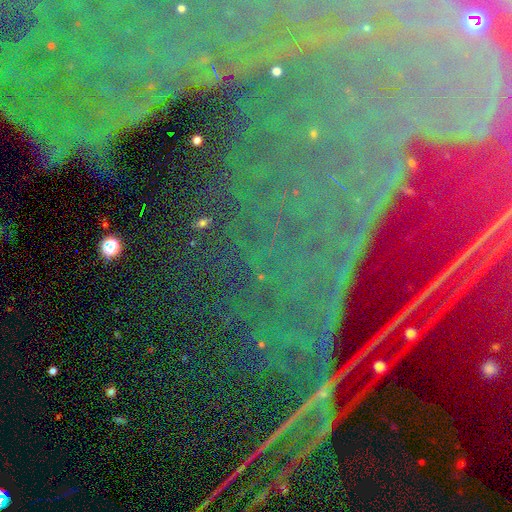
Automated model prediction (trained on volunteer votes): The model was most divided on "smooth or featured": star or artifact: 86%, featured or disk: 8%, smooth: 6%.